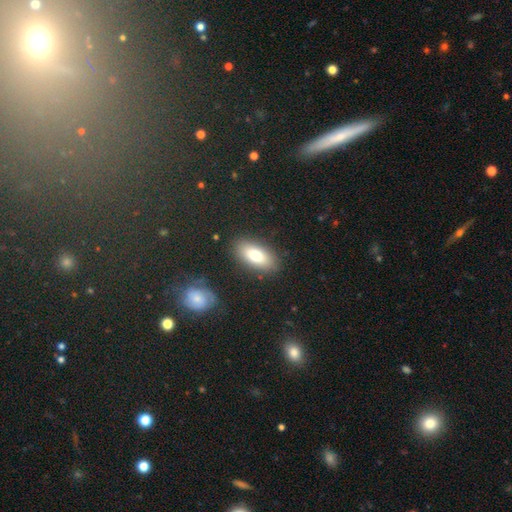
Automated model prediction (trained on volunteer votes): Smooth or featured: smooth — 75% (featured or disk — 17%)
How rounded: in between — 88% (cigar-shaped — 8%)
Merging: none — 86% (minor disturbance — 9%)